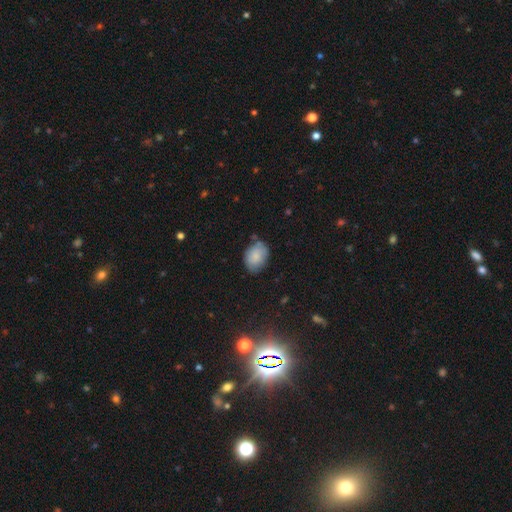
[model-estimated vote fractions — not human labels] Smooth or featured?
  - smooth: 83% *
  - featured or disk: 9%
  - star or artifact: 7%
How rounded?
  - in between: 72% *
  - round: 27%
  - cigar-shaped: 1%
Merging?
  - none: 70% *
  - minor disturbance: 22%
  - major disturbance: 4%
  - merger: 4%